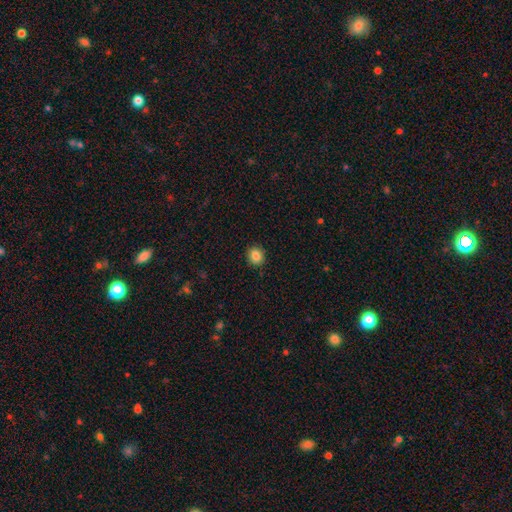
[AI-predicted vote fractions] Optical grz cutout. It shows a smooth galaxy with no disk features (86%) that is round (74%). Merging: none (90%).